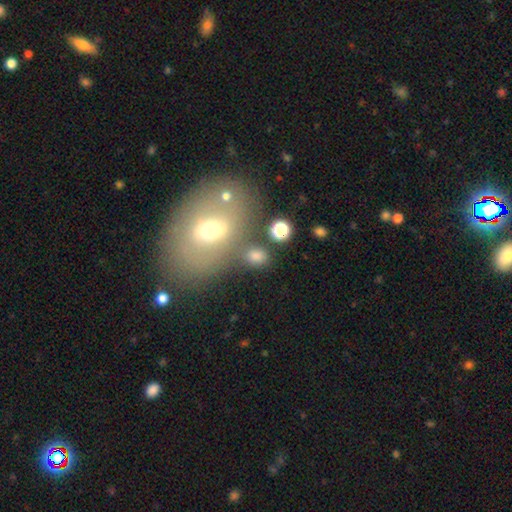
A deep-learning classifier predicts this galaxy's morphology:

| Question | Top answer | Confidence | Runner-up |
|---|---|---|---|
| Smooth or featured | smooth | 73% | star or artifact (16%) |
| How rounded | in between | 57% | round (41%) |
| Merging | none | 63% | merger (17%) |